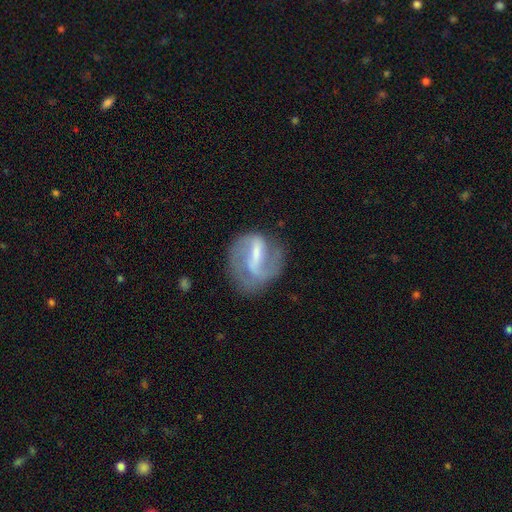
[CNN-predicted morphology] Overall: featured or disk (78%). Edge-on disk: no (96%). Bar: strong (58%; weak 32%). Spiral arms: yes (84%). Spiral arm count: 2 (73%). Spiral winding: medium (44%; loose 31%). Bulge size: small (43%; moderate 27%). Merging: none (61%).